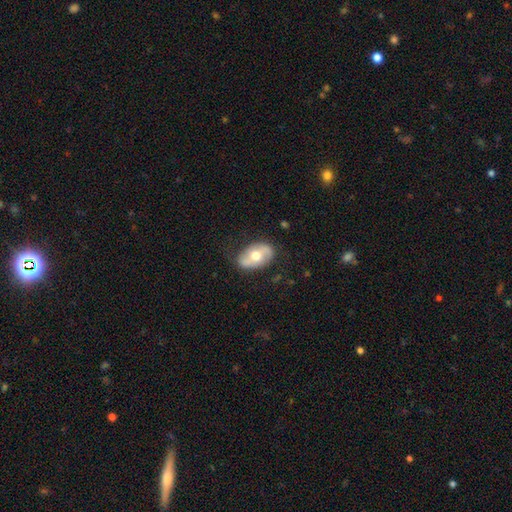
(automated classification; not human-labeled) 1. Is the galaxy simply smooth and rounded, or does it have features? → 48% smooth, 46% featured or disk, 6% star or artifact.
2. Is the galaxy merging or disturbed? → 75% none, 19% minor disturbance, 5% major disturbance, 1% merger.